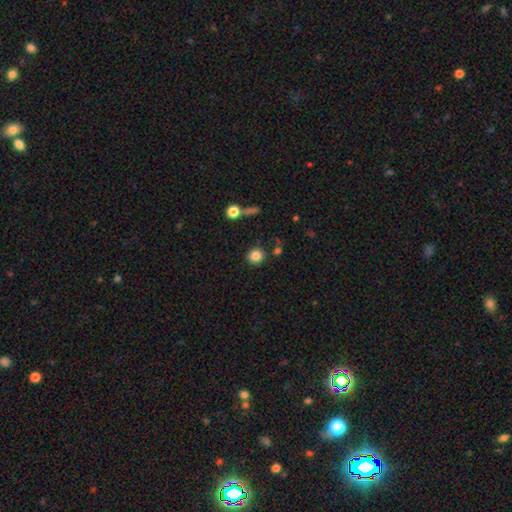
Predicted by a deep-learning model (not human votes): Overall: smooth (83%). How rounded: round (91%). Merging: none (84%).